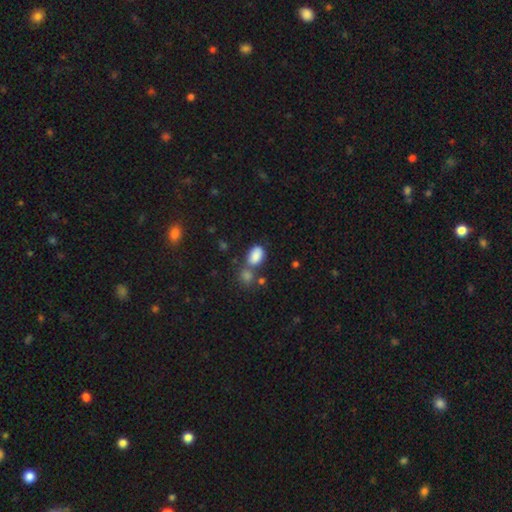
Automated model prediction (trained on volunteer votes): Smooth or featured? smooth (86%)
How rounded? in between (88%)
Merging? none (53%)